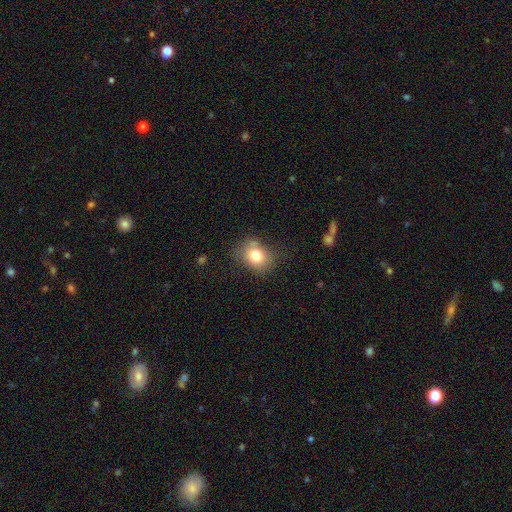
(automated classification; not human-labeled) Smooth or featured? Predicted: smooth (p=0.78). How rounded? Predicted: round (p=0.51). Merging? Predicted: none (p=0.70).